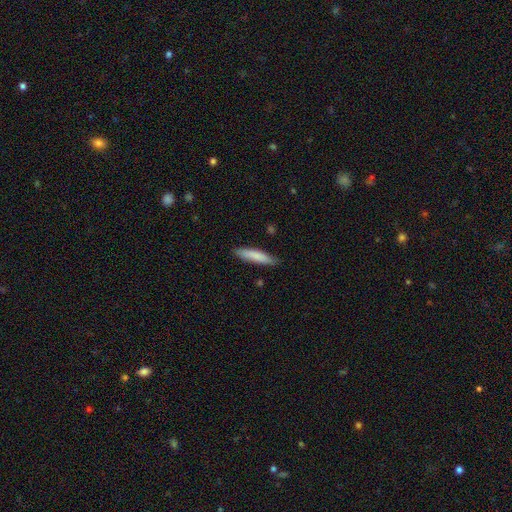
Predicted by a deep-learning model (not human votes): Overall: smooth (81%). How rounded: cigar-shaped (84%). Merging: none (83%).